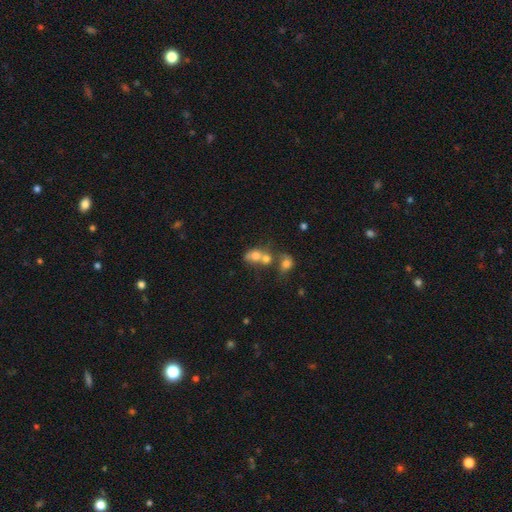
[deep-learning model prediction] The model was most divided on "how rounded": in between: 57%, round: 41%, cigar-shaped: 2%. More confident: smooth or featured — smooth (68%); merging — merger (61%).